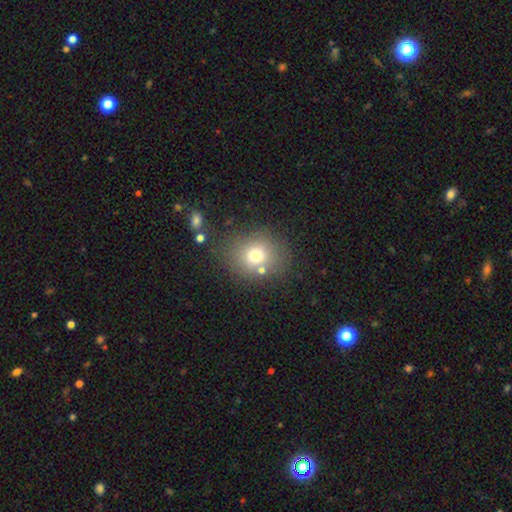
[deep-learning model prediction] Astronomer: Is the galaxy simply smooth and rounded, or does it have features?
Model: smooth — 73%.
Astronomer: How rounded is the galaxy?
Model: round — 67%.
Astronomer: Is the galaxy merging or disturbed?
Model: none — 73%.